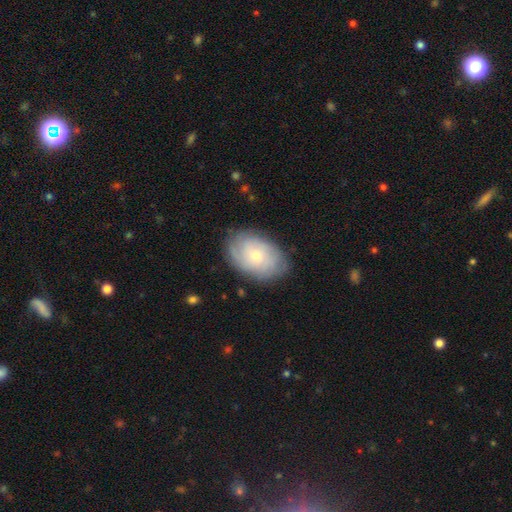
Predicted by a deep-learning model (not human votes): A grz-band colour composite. It shows a featured or disk galaxy (47%). Merging: none (79%).